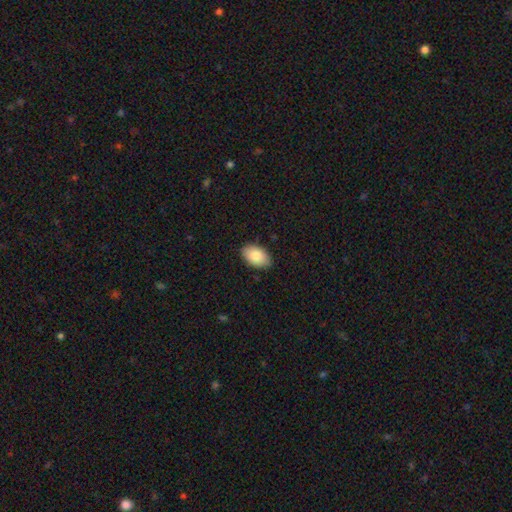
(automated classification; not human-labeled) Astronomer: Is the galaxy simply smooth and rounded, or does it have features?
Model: smooth — 85%.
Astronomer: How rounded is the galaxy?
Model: in between — 93%.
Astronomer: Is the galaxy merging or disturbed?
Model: none — 87%.